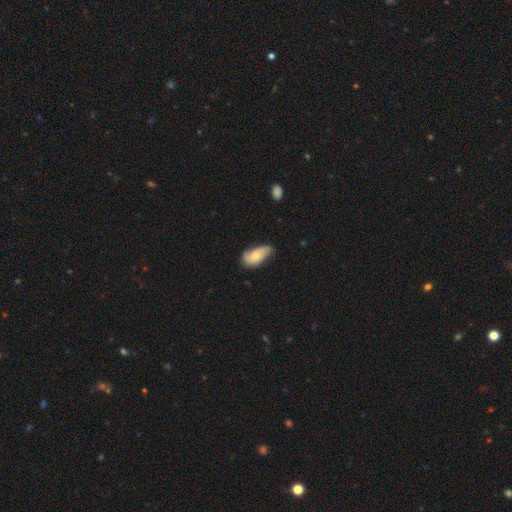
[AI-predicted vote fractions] A smooth galaxy with no disk features (53%) that is in between round and cigar-shaped (91%).

Vote fractions:
- Smooth or featured? smooth: 53% / featured or disk: 40% / star or artifact: 6%
- How rounded? in between: 91% / cigar-shaped: 5% / round: 4%
- Merging? none: 43% / minor disturbance: 42% / major disturbance: 12% / merger: 2%